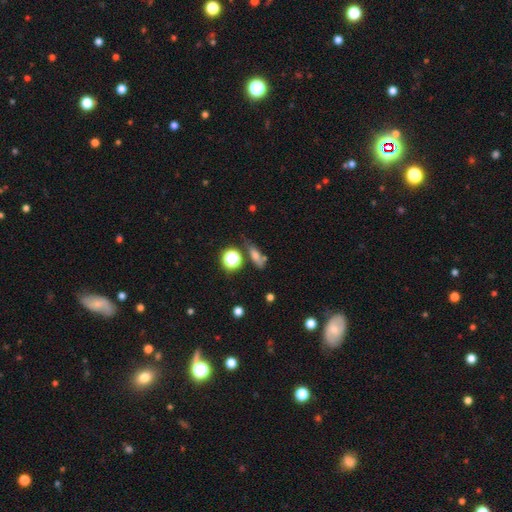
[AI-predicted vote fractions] Smooth or featured: smooth — 49% (star or artifact — 28%)
Merging: none — 60% (minor disturbance — 19%)